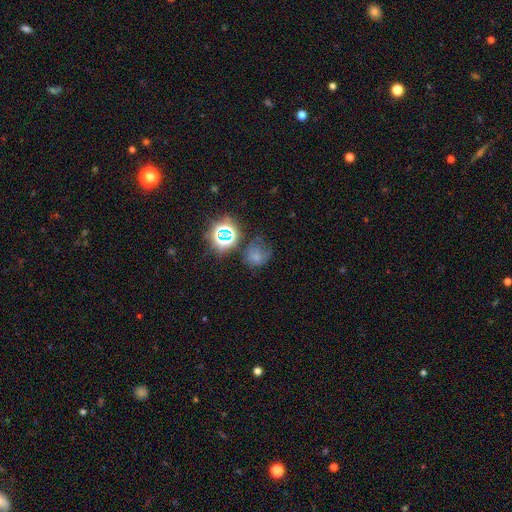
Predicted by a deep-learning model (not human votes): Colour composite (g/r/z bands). It shows a smooth galaxy with no disk features (53%) that is round (69%). Merging: none (46%).